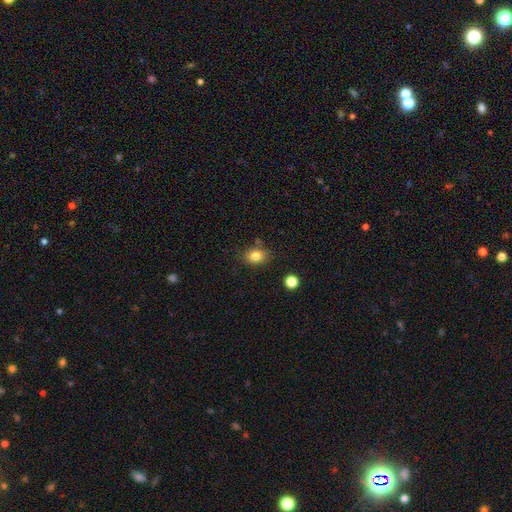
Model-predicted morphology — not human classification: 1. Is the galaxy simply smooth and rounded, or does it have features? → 82% smooth, 10% star or artifact, 8% featured or disk.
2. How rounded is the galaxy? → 64% in between, 35% round, 1% cigar-shaped.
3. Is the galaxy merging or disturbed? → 79% none, 13% minor disturbance, 5% merger, 3% major disturbance.